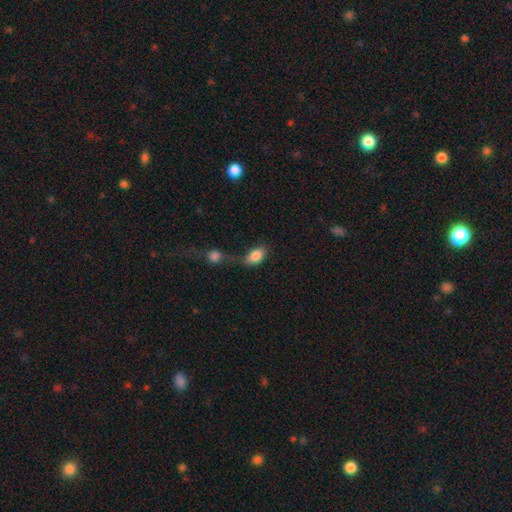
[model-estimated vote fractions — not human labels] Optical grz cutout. It shows a smooth galaxy with no disk features (85%) that is in between round and cigar-shaped (89%). Merging: none (36%, tied with merger).